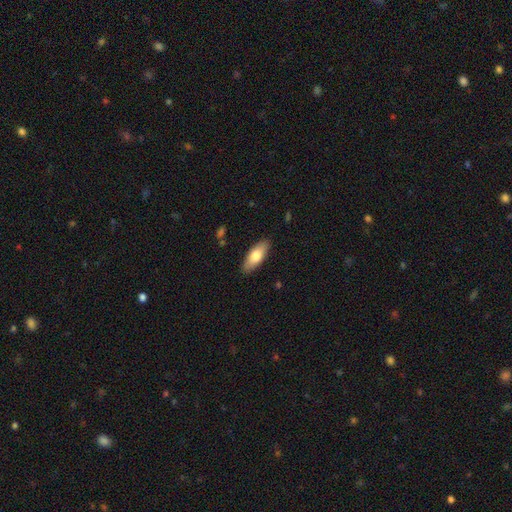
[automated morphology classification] smooth 75%, featured or disk 20%, star or artifact 6%. Down the decision tree: how rounded — in between (74%); merging — none (88%).